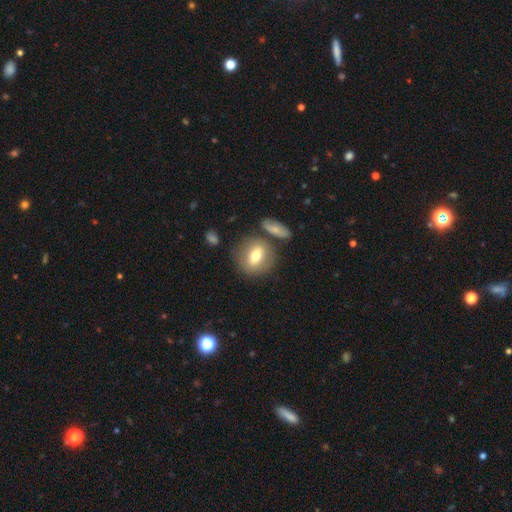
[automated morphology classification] The model was most divided on "how rounded": round: 58%, in between: 38%, cigar-shaped: 4%. More confident: merging — none (70%); smooth or featured — smooth (65%).